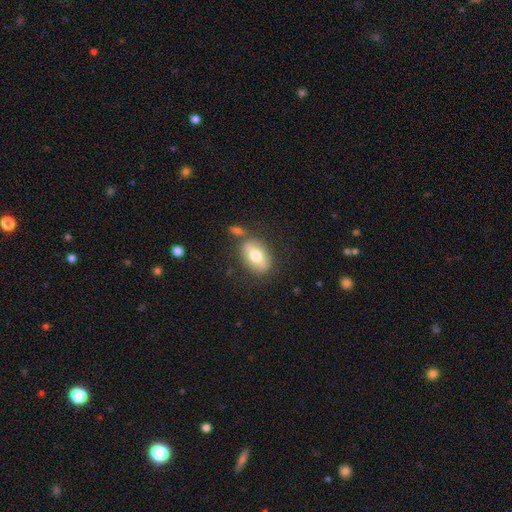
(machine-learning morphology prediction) smooth-or-featured: smooth: 68% | featured or disk: 25% | star or artifact: 7%
  how-rounded: in between: 85% | round: 11% | cigar-shaped: 3%
  merging: none: 71% | minor disturbance: 14% | merger: 10% | major disturbance: 5%